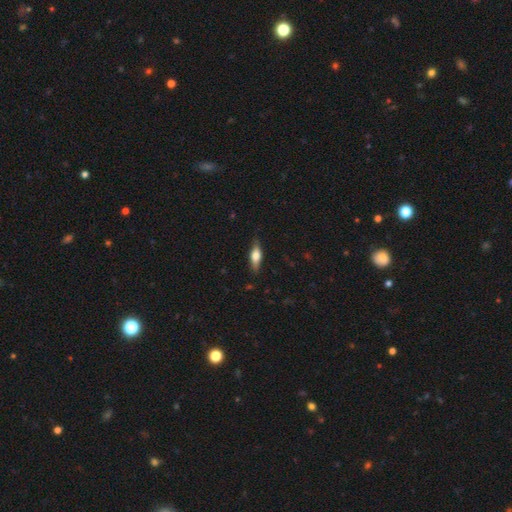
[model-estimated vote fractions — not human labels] Smooth or featured: smooth — 56% (featured or disk — 38%)
How rounded: in between — 54% (cigar-shaped — 43%)
Merging: none — 81% (minor disturbance — 15%)